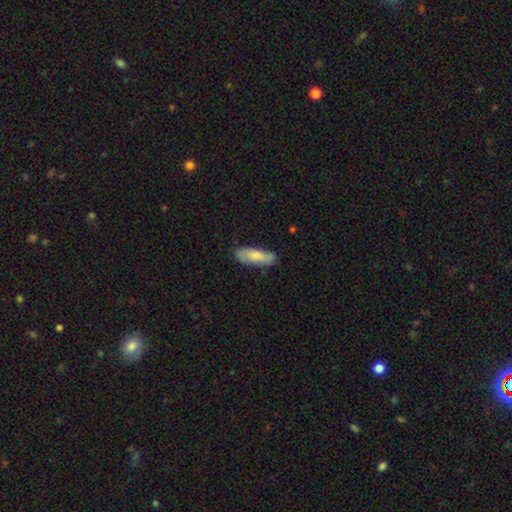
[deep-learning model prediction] This appears to be a smooth galaxy with no disk features (72%) that is in between round and cigar-shaped (60%). Merging: none (75%).